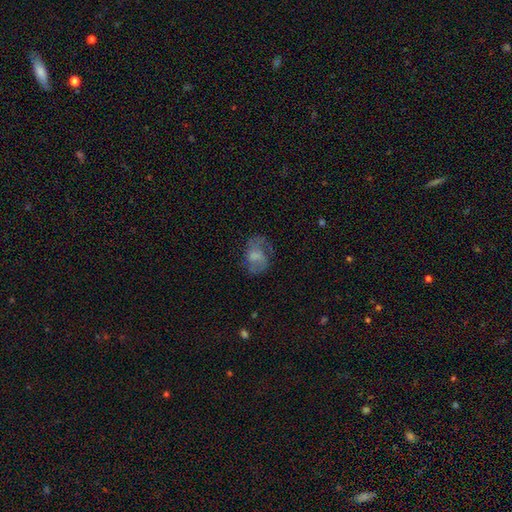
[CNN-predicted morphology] This is possibly a featured or disk galaxy (53%). It is clearly not viewed edge-on (97%). Bar: possibly no (54%). Spiral arm pattern: likely yes (77%). Central bulge: marginally none (35%). Merging: possibly none (55%).